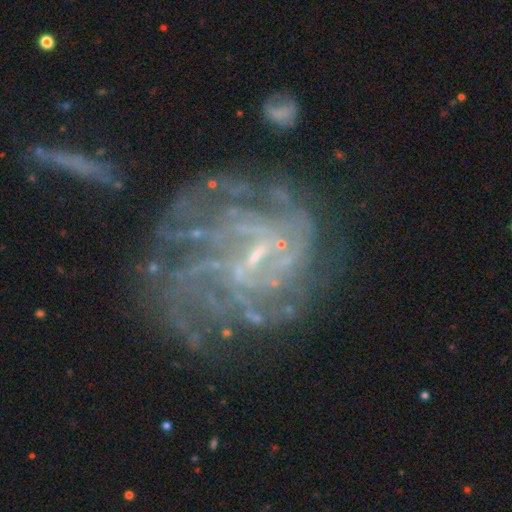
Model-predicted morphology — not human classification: The model was most divided on "spiral winding": tight: 52%, medium: 33%, loose: 15%. Remaining: edge-on disk — no (98%); spiral arms — yes (83%); smooth or featured — featured or disk (81%); bulge size — small (54%); merging — none (52%); bar — weak (51%); spiral arm count — can't tell (43%).